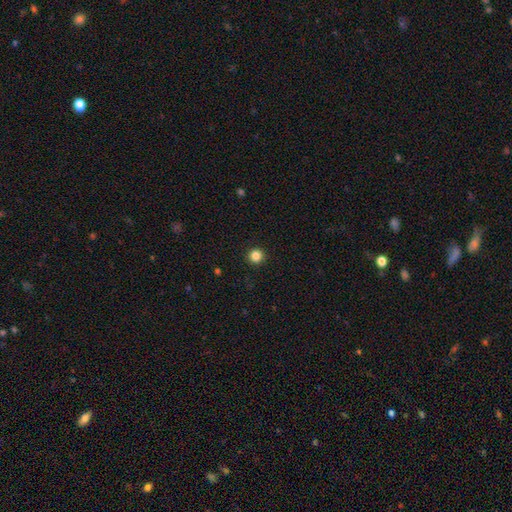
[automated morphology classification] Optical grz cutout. It shows a smooth galaxy with no disk features (84%) that is round (95%). Merging: none (93%).